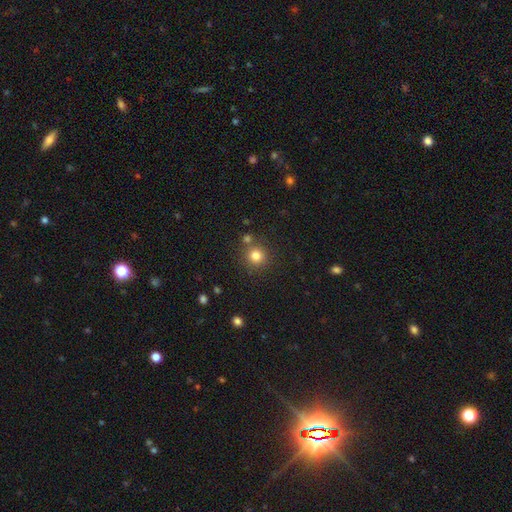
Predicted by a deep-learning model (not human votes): Overall: smooth (80%). How rounded: round (93%). Merging: none (77%).